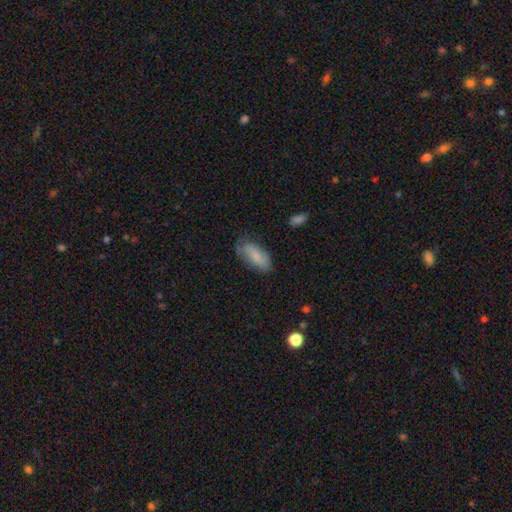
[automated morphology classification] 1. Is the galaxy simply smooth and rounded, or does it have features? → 78% smooth, 15% featured or disk, 7% star or artifact.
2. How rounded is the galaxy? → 83% in between, 14% cigar-shaped, 2% round.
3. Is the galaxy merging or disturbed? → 64% none, 27% minor disturbance, 7% major disturbance, 2% merger.